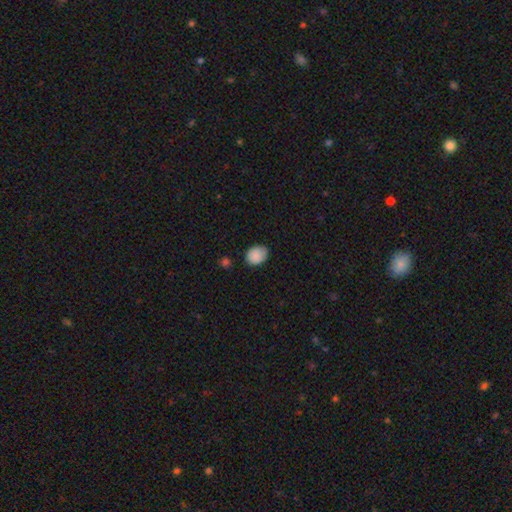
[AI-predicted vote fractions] smooth 87%, star or artifact 8%, featured or disk 5%. Down the decision tree: how rounded — in between (57%); merging — none (72%).